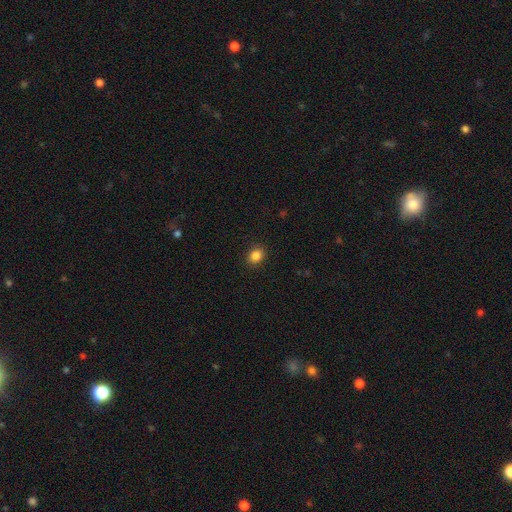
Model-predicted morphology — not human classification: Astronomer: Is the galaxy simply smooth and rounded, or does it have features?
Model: smooth — 86%.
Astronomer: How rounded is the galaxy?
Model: round — 55% (runner-up: in between, 44%).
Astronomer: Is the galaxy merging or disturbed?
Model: none — 90%.